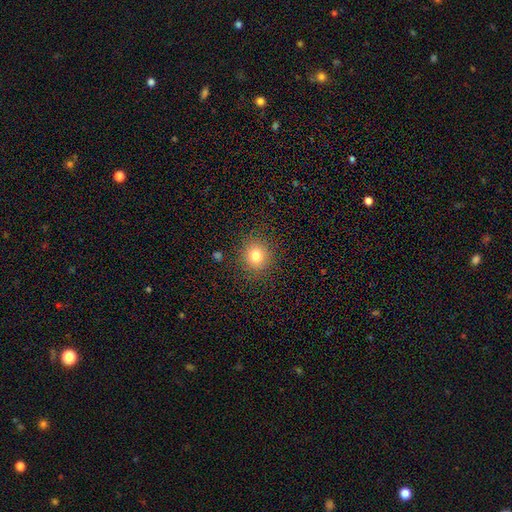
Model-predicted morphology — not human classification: Smooth or featured?
  - smooth: 79% *
  - star or artifact: 13%
  - featured or disk: 8%
How rounded?
  - round: 85% *
  - in between: 15%
  - cigar-shaped: 1%
Merging?
  - none: 88% *
  - minor disturbance: 8%
  - major disturbance: 3%
  - merger: 1%